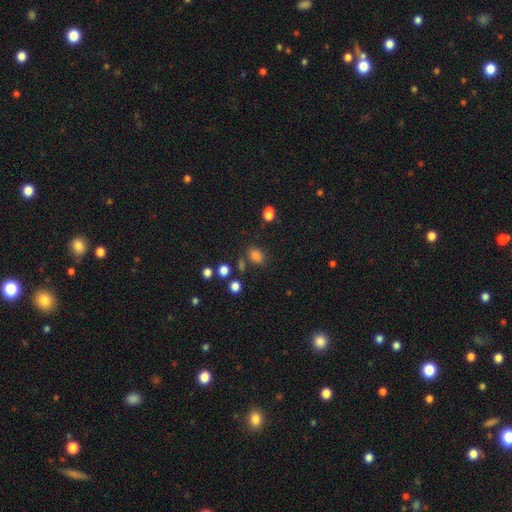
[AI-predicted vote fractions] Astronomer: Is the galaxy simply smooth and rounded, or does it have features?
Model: smooth — 80%.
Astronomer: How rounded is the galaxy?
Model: in between — 74%.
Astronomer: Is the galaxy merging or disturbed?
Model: none — 71%.